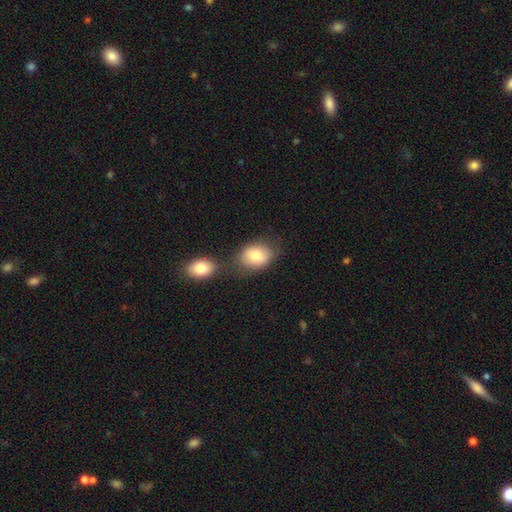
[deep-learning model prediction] Smooth or featured: smooth — 81% (featured or disk — 12%)
How rounded: in between — 68% (round — 31%)
Merging: none — 57% (merger — 21%)